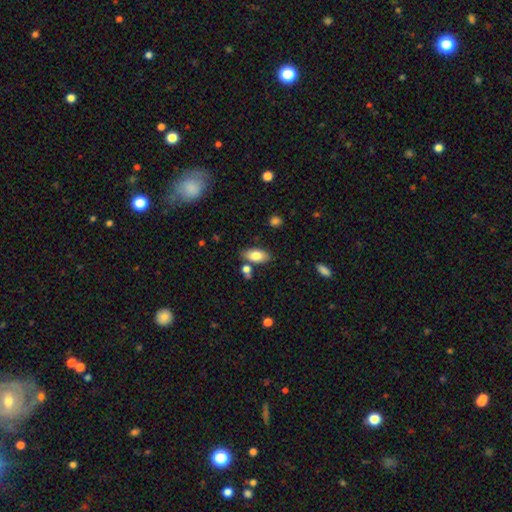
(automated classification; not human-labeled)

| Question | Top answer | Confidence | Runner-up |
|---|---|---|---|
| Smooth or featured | smooth | 80% | featured or disk (13%) |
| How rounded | in between | 90% | cigar-shaped (7%) |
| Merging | none | 75% | minor disturbance (12%) |